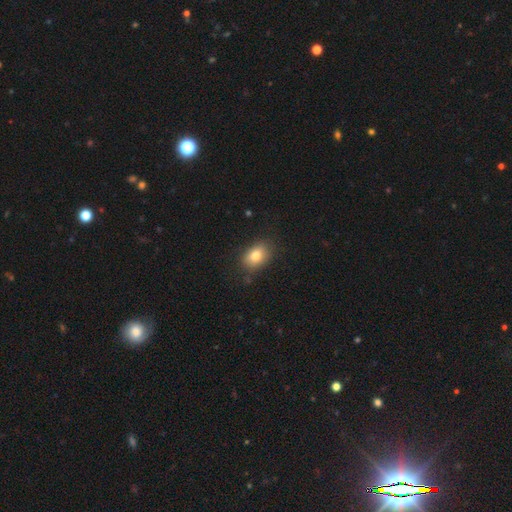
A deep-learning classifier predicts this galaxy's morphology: Smooth or featured? smooth (80%)
How rounded? in between (81%)
Merging? none (82%)